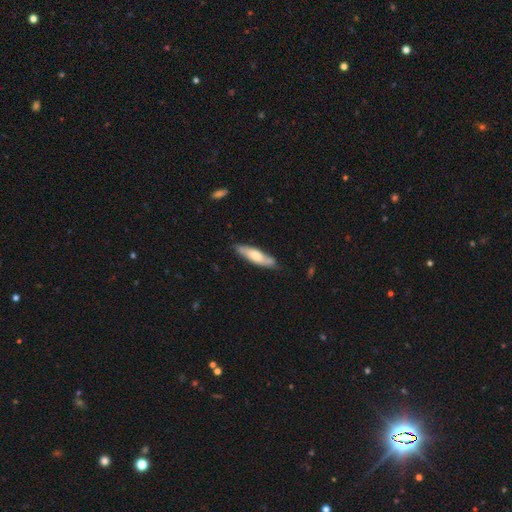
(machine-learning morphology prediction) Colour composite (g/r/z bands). It shows a smooth galaxy with no disk features (57%) that is cigar-shaped (70%). Merging: none (74%).